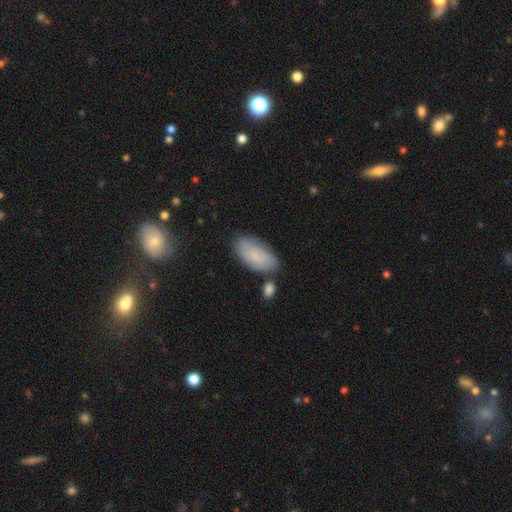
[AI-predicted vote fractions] This appears to be a smooth galaxy with no disk features (71%) that is in between round and cigar-shaped (94%). Merging: none (68%).